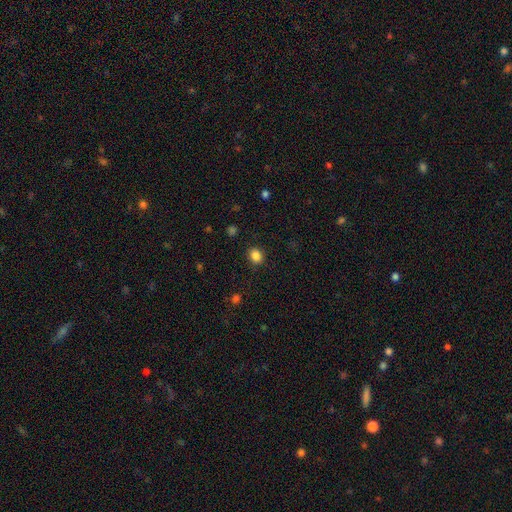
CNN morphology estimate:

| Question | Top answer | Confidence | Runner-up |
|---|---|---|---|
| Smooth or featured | smooth | 85% | star or artifact (11%) |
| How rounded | round | 64% | in between (35%) |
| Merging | none | 88% | minor disturbance (8%) |